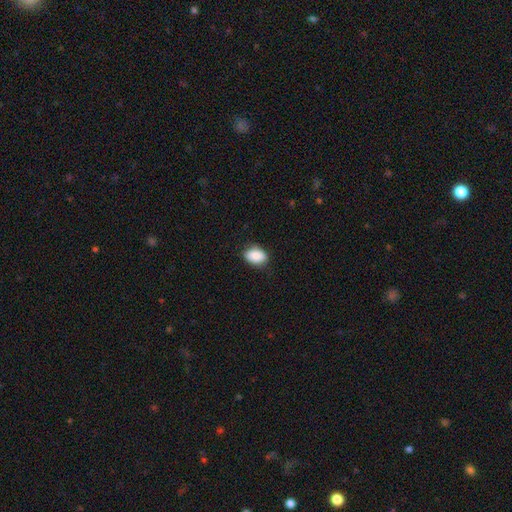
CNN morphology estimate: Smooth or featured? Predicted: smooth (p=0.88). How rounded? Predicted: in between (p=0.84). Merging? Predicted: none (p=0.80).